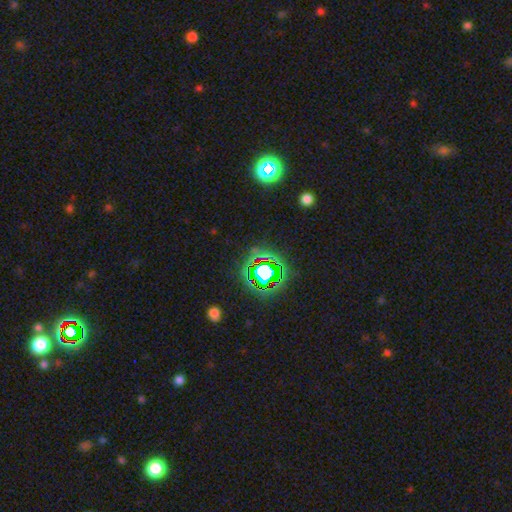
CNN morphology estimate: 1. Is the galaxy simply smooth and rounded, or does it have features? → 74% star or artifact, 17% smooth, 9% featured or disk.